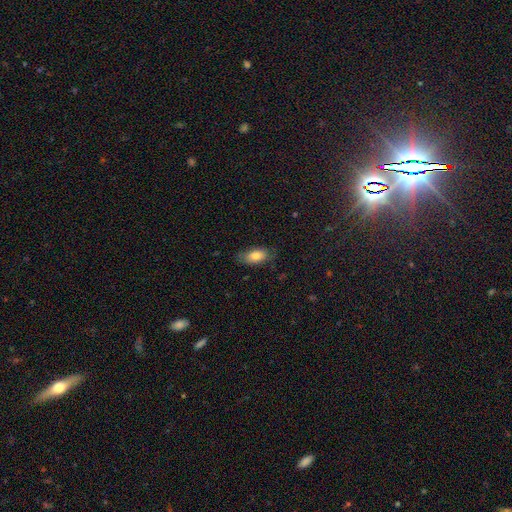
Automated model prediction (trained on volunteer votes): Smooth or featured? Predicted: smooth (p=0.81). How rounded? Predicted: in between (p=0.89). Merging? Predicted: none (p=0.75).